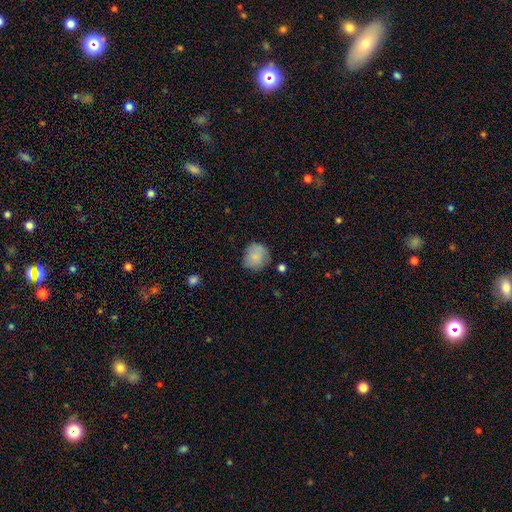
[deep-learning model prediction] Morphology: type=smooth (84%); roundness=round (88%); merging=none (77%).